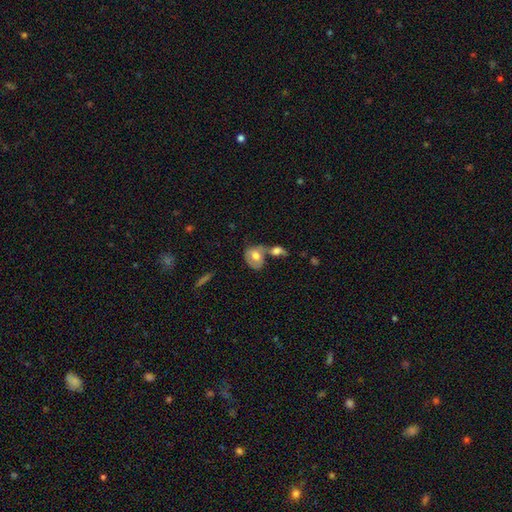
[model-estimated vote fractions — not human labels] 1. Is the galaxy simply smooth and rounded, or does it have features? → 59% smooth, 34% featured or disk, 7% star or artifact.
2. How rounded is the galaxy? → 62% in between, 36% round, 2% cigar-shaped.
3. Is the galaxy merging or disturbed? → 46% merger, 31% none, 14% minor disturbance, 9% major disturbance.